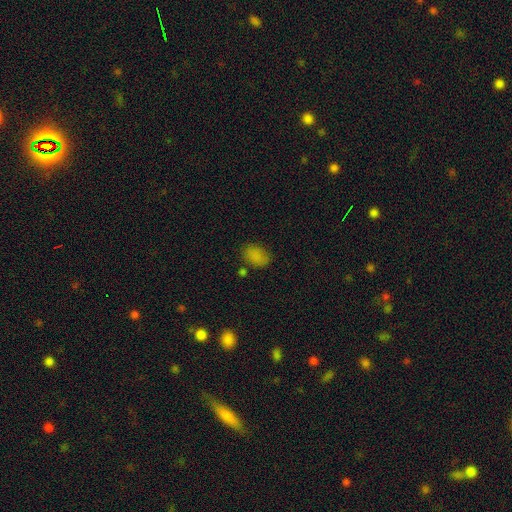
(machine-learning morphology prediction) smooth-or-featured: smooth: 82% | star or artifact: 13% | featured or disk: 5%
  how-rounded: in between: 81% | round: 18% | cigar-shaped: 1%
  merging: none: 74% | minor disturbance: 16% | merger: 6% | major disturbance: 4%